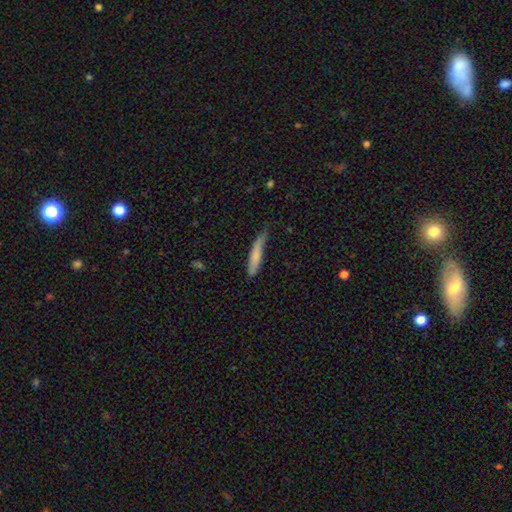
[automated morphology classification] This is likely a smooth galaxy (76%). How rounded: clearly cigar-shaped (89%). Merging: possibly none (50%).